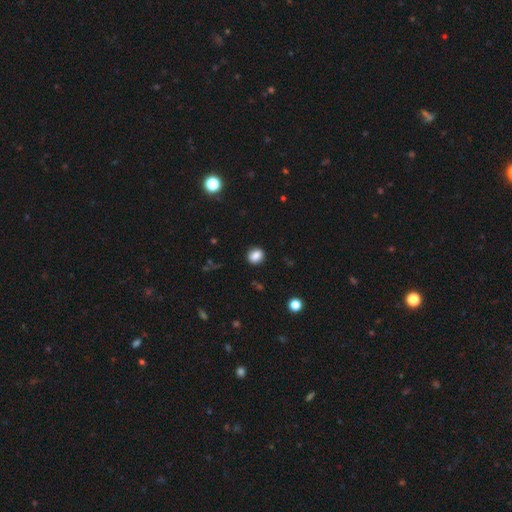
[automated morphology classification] Smooth or featured? smooth (85%)
How rounded? round (63%)
Merging? none (89%)